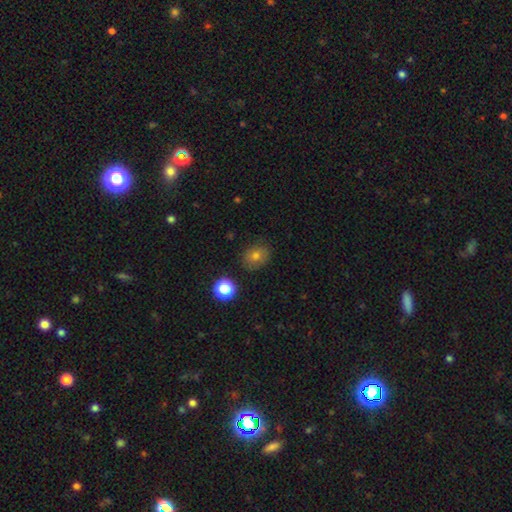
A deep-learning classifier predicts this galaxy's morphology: Smooth or featured: smooth — 74% (star or artifact — 13%)
How rounded: round — 56% (in between — 43%)
Merging: none — 81% (minor disturbance — 13%)